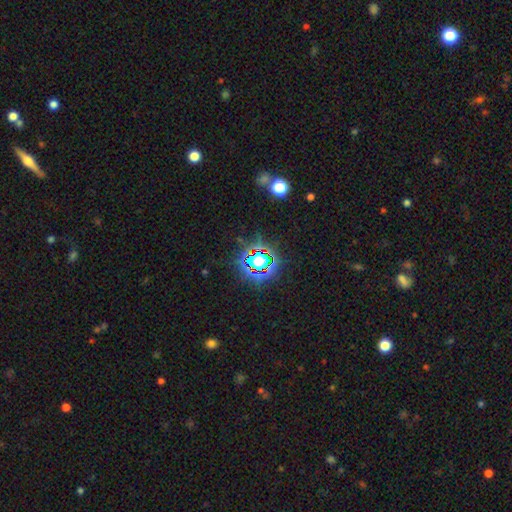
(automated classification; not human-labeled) Morphology: type=star or artifact (71%).